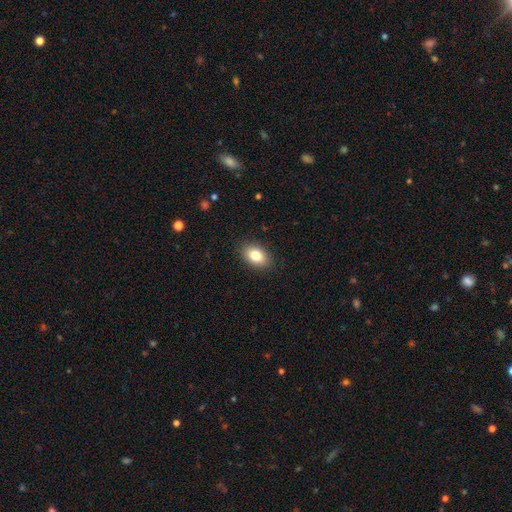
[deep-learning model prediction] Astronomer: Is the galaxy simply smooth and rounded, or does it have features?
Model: smooth — 83%.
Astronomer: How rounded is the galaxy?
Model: in between — 85%.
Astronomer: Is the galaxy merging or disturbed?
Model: none — 88%.